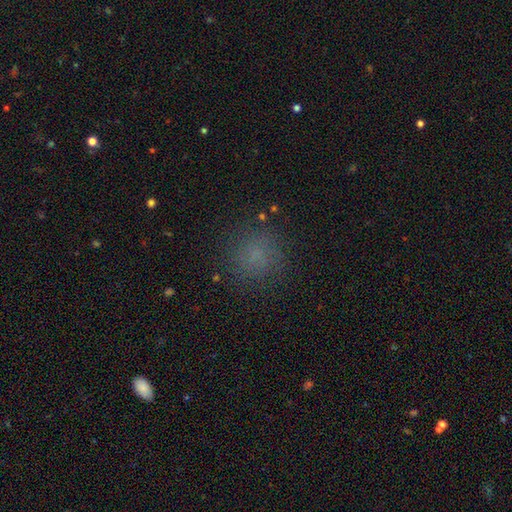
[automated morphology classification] The model was most divided on "smooth or featured": smooth: 73%, star or artifact: 20%, featured or disk: 7%. More confident: how rounded — round (90%); merging — none (84%).